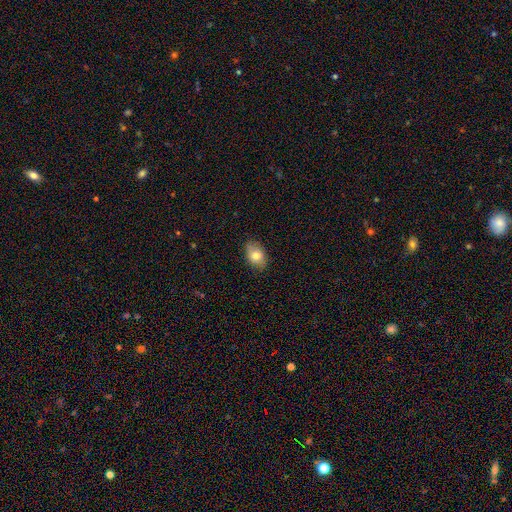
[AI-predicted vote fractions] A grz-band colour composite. It shows a smooth galaxy with no disk features (78%) that is in between round and cigar-shaped (81%). Merging: none (82%).